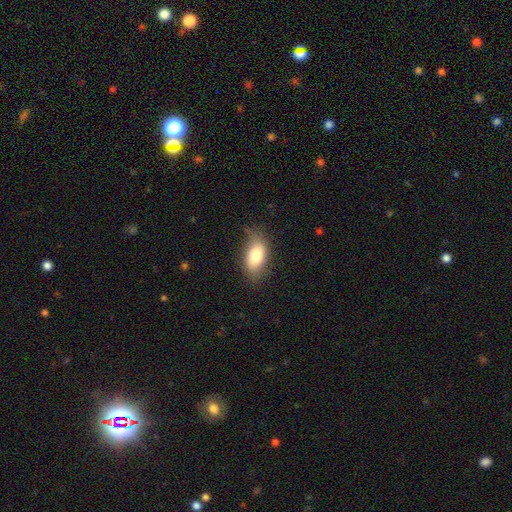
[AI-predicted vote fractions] Smooth or featured: smooth — 78% (featured or disk — 15%)
How rounded: in between — 90% (cigar-shaped — 5%)
Merging: none — 69% (minor disturbance — 24%)